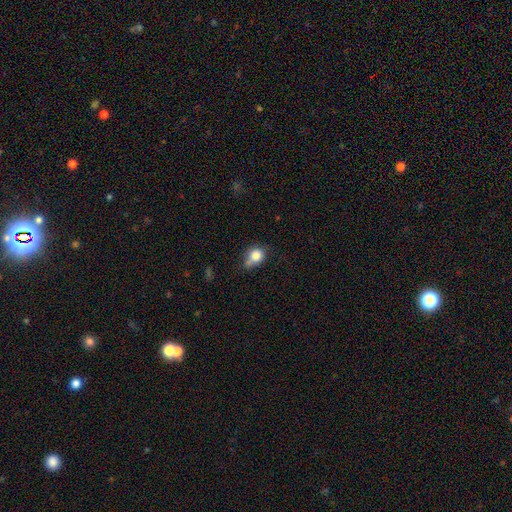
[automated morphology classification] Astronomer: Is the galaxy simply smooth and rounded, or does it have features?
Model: smooth — 80%.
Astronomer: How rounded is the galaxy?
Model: round — 69%.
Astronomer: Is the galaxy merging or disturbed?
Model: none — 46% (runner-up: minor disturbance, 30%).